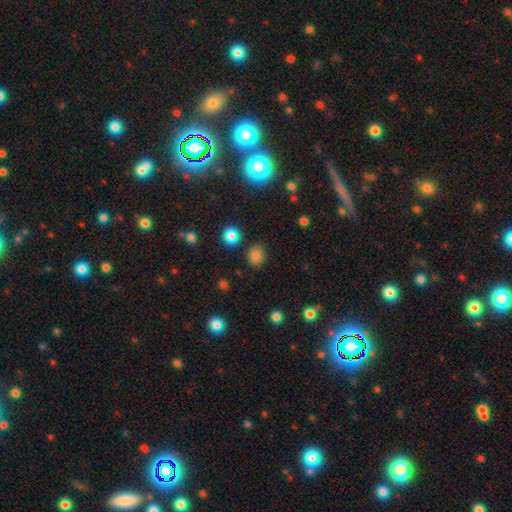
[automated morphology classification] Overall: smooth (78%). How rounded: round (53%; in between 46%). Merging: none (83%).